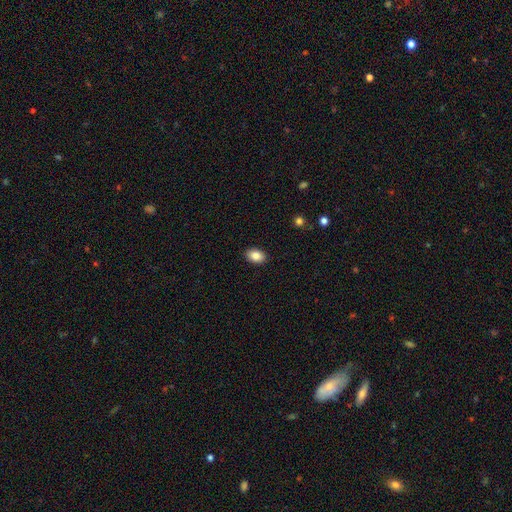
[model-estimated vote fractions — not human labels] smooth 86%, star or artifact 8%, featured or disk 6%. Down the decision tree: how rounded — in between (85%); merging — none (90%).